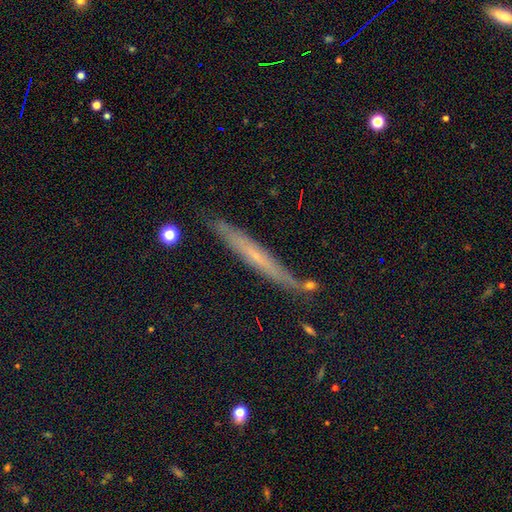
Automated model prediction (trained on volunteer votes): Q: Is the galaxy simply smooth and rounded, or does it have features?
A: featured or disk — 46%.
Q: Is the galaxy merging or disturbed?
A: none — 83%.